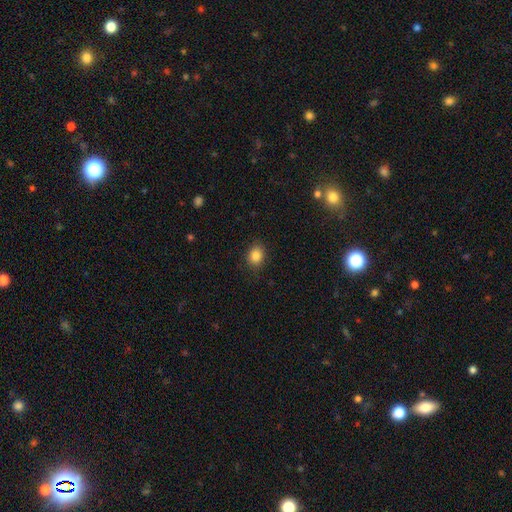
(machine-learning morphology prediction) A smooth galaxy with no disk features (85%) that is in between round and cigar-shaped (53%). Merging: none (86%).